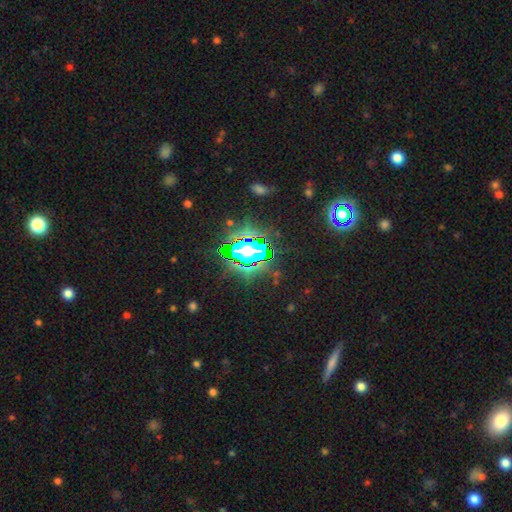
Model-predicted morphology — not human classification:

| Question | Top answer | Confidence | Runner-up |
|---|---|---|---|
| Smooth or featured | star or artifact | 75% | smooth (13%) |